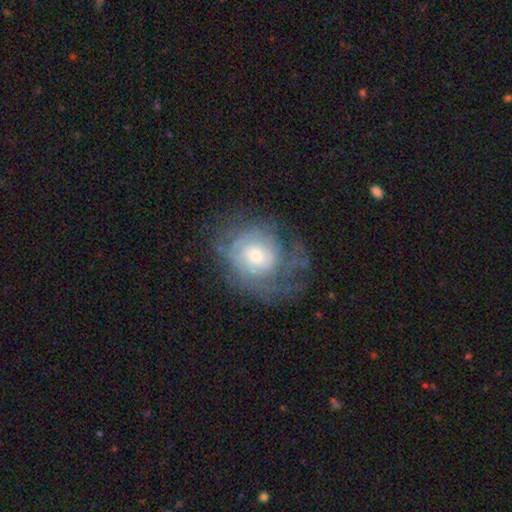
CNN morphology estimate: Q: Smooth or featured?
A: featured or disk (75%); runner-up: smooth (18%)
Q: Edge-on disk?
A: no (97%); runner-up: yes (3%)
Q: Bar?
A: no (75%); runner-up: weak (21%)
Q: Spiral arms?
A: yes (85%); runner-up: no (15%)
Q: Spiral winding?
A: tight (66%); runner-up: medium (25%)
Q: Spiral arm count?
A: can't tell (54%); runner-up: 2 (18%)
Q: Bulge size?
A: small (50%); runner-up: moderate (43%)
Q: Merging?
A: none (59%); runner-up: minor disturbance (21%)